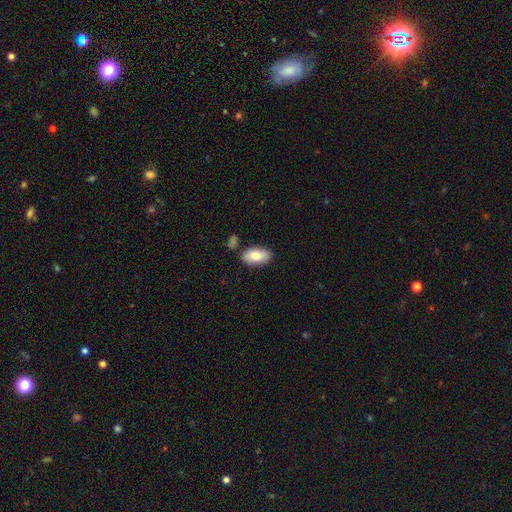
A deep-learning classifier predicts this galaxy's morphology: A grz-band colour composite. It shows a smooth galaxy with no disk features (81%) that is in between round and cigar-shaped (93%). Merging: none (81%).